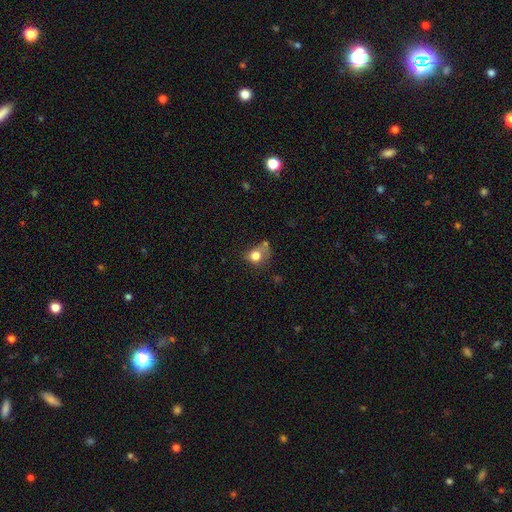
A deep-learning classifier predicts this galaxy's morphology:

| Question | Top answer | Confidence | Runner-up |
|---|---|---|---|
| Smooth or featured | smooth | 77% | featured or disk (12%) |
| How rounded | round | 66% | in between (33%) |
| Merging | none | 38% | minor disturbance (25%) |